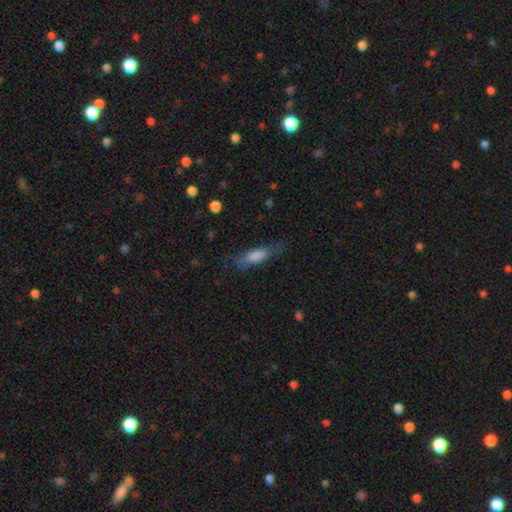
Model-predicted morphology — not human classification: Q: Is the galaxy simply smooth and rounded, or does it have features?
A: smooth — 70%.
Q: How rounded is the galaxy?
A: cigar-shaped — 54%.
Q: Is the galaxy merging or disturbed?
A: none — 69%.